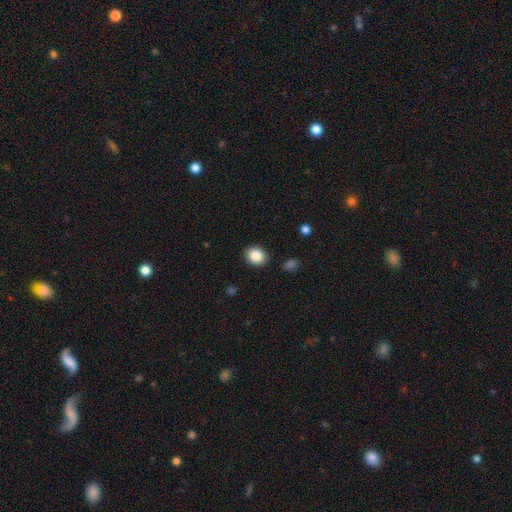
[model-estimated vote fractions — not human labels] smooth 86%, star or artifact 9%, featured or disk 5%. Down the decision tree: how rounded — round (56%); merging — none (88%).